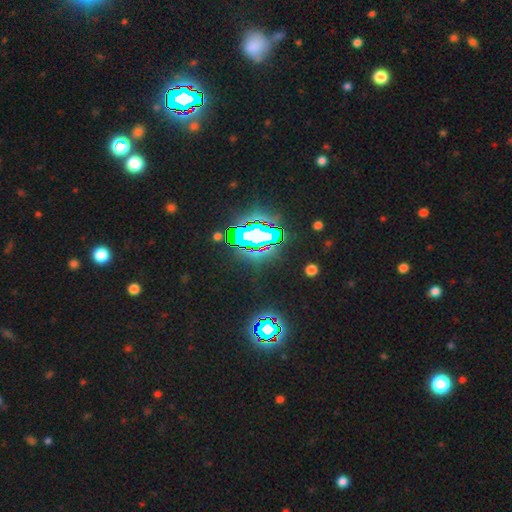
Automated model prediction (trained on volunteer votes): Smooth or featured: star or artifact — 82% (smooth — 11%)